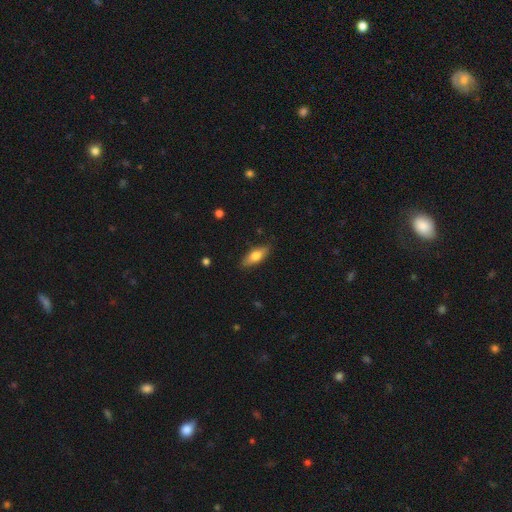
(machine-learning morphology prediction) A smooth galaxy with no disk features (67%) that is in between round and cigar-shaped (66%).

Vote fractions:
- Smooth or featured? smooth: 67% / featured or disk: 26% / star or artifact: 6%
- How rounded? in between: 66% / cigar-shaped: 31% / round: 3%
- Merging? none: 86% / minor disturbance: 11% / major disturbance: 2% / merger: 1%